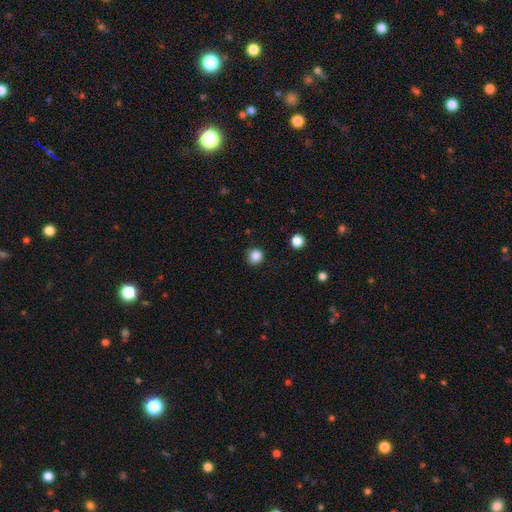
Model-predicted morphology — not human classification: smooth-or-featured: smooth: 85% | star or artifact: 12% | featured or disk: 3%
  how-rounded: round: 88% | in between: 11% | cigar-shaped: 1%
  merging: none: 86% | minor disturbance: 10% | major disturbance: 3% | merger: 1%